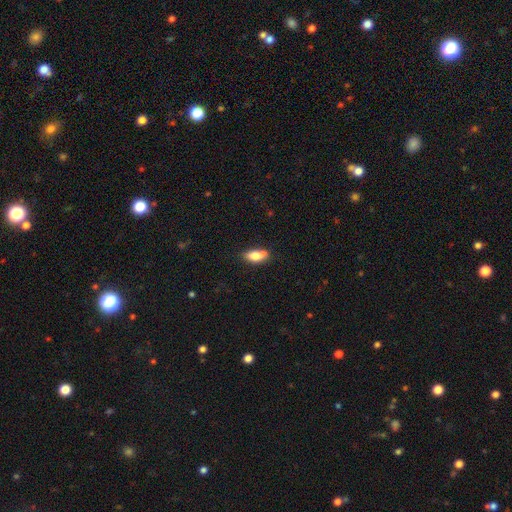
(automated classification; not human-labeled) Morphology: type=smooth (77%); roundness=in between (83%); merging=none (66%).